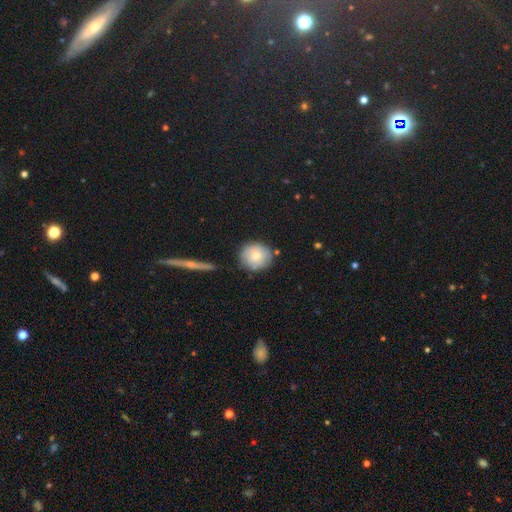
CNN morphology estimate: This is likely a smooth galaxy (72%). How rounded: clearly round (87%). Merging: likely none (76%).